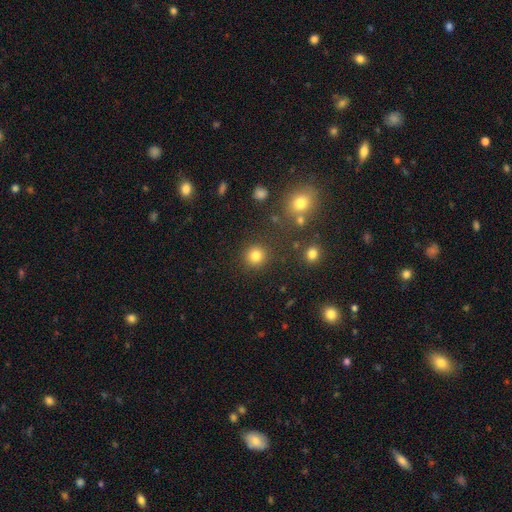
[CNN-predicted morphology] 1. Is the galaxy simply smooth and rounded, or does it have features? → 81% smooth, 13% star or artifact, 5% featured or disk.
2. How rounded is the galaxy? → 93% round, 6% in between, 1% cigar-shaped.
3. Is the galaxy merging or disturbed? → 88% none, 6% minor disturbance, 3% major disturbance, 3% merger.